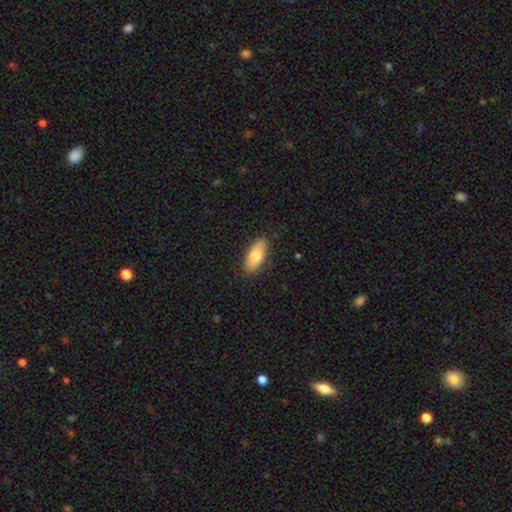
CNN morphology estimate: Smooth or featured? smooth (79%)
How rounded? in between (81%)
Merging? none (87%)